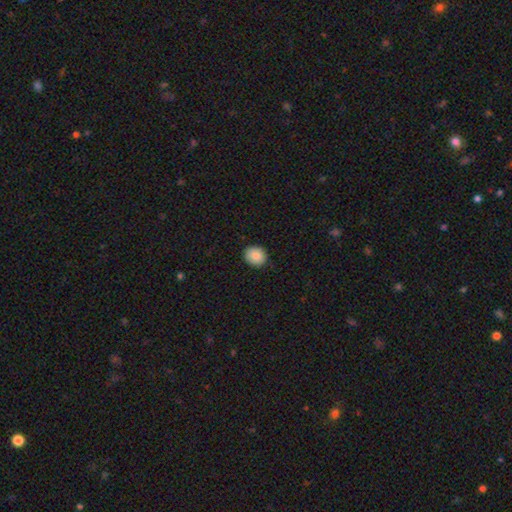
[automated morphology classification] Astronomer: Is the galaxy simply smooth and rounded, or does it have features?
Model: smooth — 85%.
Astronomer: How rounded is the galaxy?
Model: round — 81%.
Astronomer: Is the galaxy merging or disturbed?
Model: none — 90%.